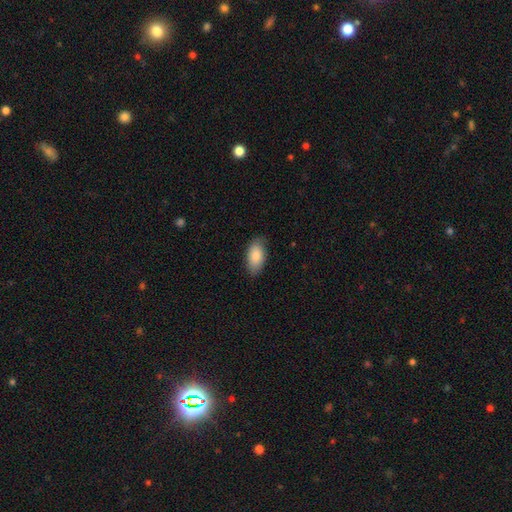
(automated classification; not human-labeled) A smooth galaxy with no disk features (86%) that is in between round and cigar-shaped (93%).

Vote fractions:
- Smooth or featured? smooth: 86% / featured or disk: 8% / star or artifact: 6%
- How rounded? in between: 93% / cigar-shaped: 4% / round: 3%
- Merging? none: 82% / minor disturbance: 14% / major disturbance: 3% / merger: 1%